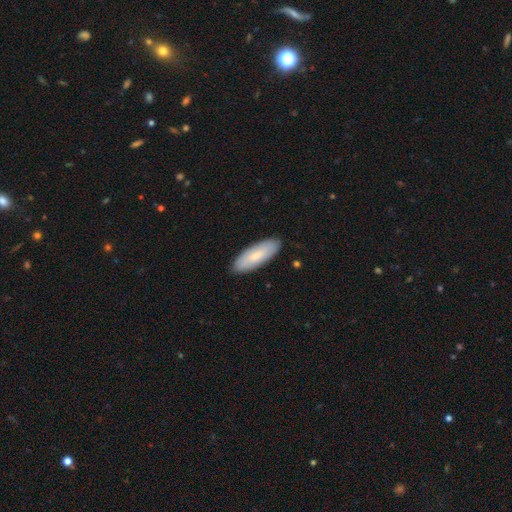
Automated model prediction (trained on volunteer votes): Smooth or featured? Predicted: smooth (p=0.79). How rounded? Predicted: in between (p=0.69). Merging? Predicted: none (p=0.89).